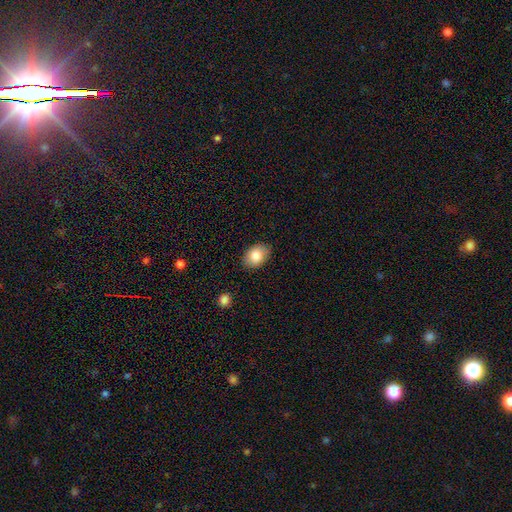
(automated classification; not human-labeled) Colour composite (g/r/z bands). It shows a smooth galaxy with no disk features (85%) that is in between round and cigar-shaped (82%). Merging: none (84%).